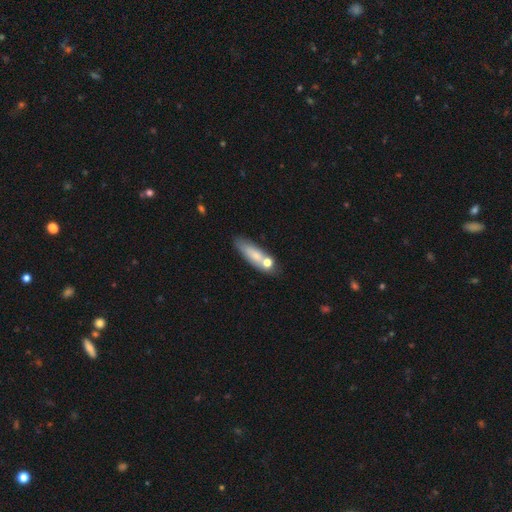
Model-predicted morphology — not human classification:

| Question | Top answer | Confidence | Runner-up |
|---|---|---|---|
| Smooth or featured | smooth | 69% | featured or disk (23%) |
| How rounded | cigar-shaped | 52% | in between (44%) |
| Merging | none | 60% | merger (18%) |